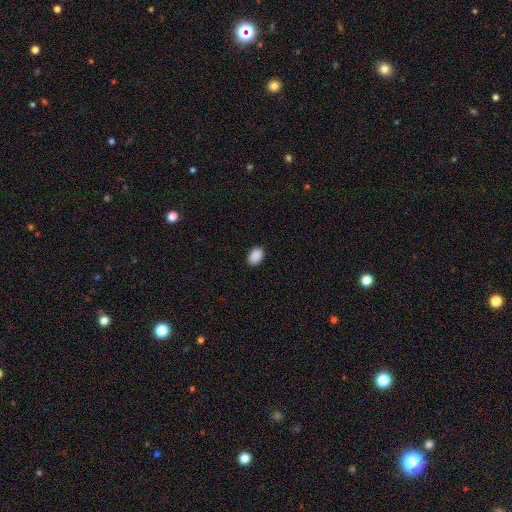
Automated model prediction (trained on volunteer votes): smooth-or-featured: smooth: 90% | star or artifact: 8% | featured or disk: 2%
  how-rounded: in between: 75% | round: 24% | cigar-shaped: 1%
  merging: none: 89% | minor disturbance: 8% | major disturbance: 2% | merger: 1%